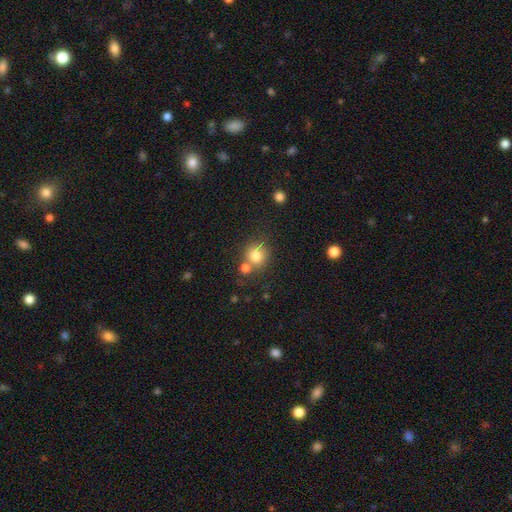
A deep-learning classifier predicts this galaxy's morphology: This is likely a smooth galaxy (79%). How rounded: clearly round (85%). Merging: possibly none (57%).